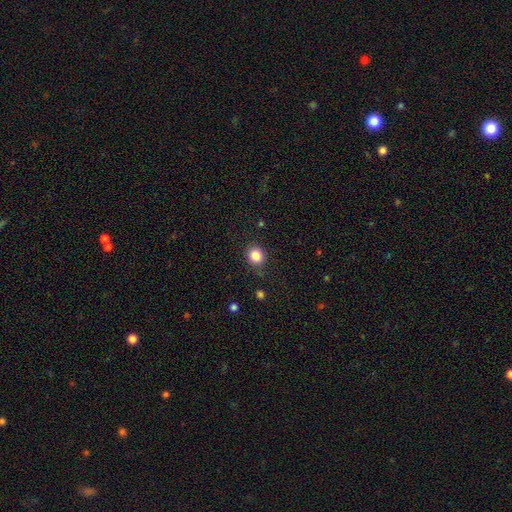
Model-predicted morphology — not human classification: Smooth or featured?
  - smooth: 85% *
  - star or artifact: 11%
  - featured or disk: 4%
How rounded?
  - round: 81% *
  - in between: 18%
  - cigar-shaped: 1%
Merging?
  - none: 86% *
  - minor disturbance: 10%
  - major disturbance: 3%
  - merger: 1%